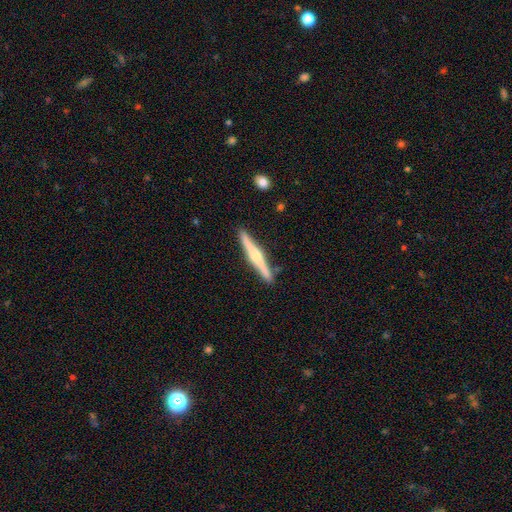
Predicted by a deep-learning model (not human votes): Morphology: type=featured or disk (67%); edge-on=yes (98%); edge-on bulge=rounded (78%); merging=none (89%).